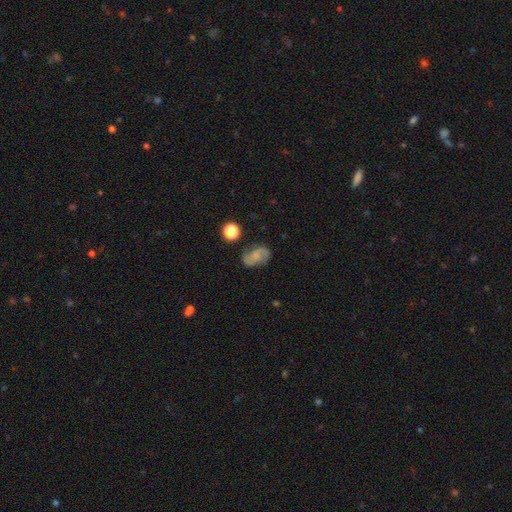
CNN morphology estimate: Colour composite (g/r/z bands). It shows a featured or disk galaxy (58%) with no bar (61%), 2 (88%) loose (48%) spiral arms (91%) and no central bulge (43%). Merging: none (70%).